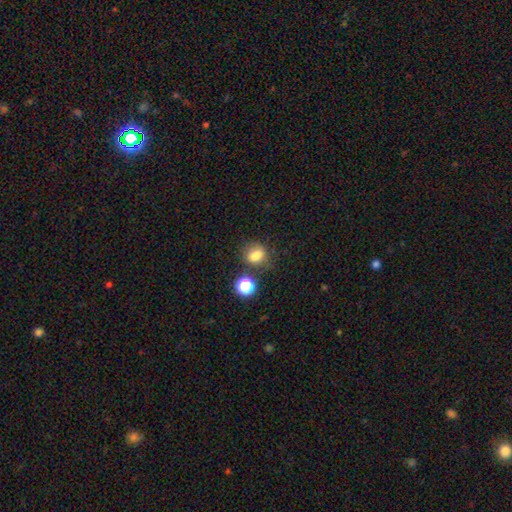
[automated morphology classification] type=smooth (75%); roundness=round (50%); merging=none (62%).